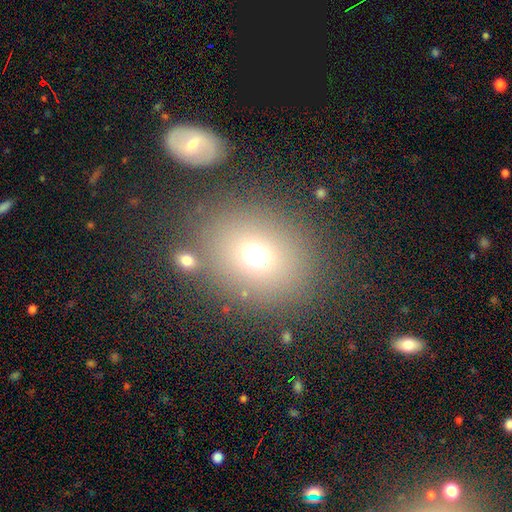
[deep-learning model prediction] Smooth or featured? smooth (71%)
How rounded? round (64%)
Merging? none (75%)